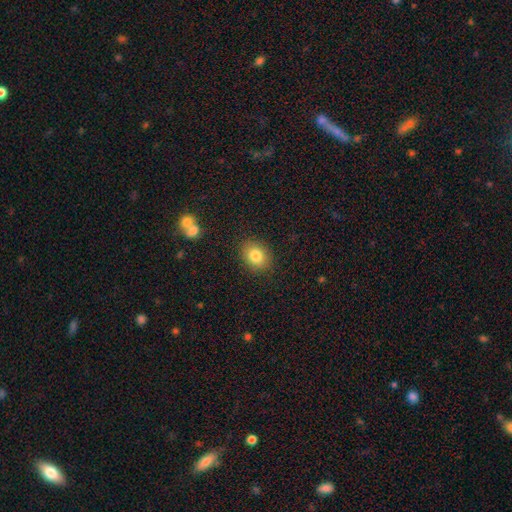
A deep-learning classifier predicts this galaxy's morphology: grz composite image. It shows a smooth galaxy with no disk features (82%) that is in between round and cigar-shaped (51%). Merging: none (87%).